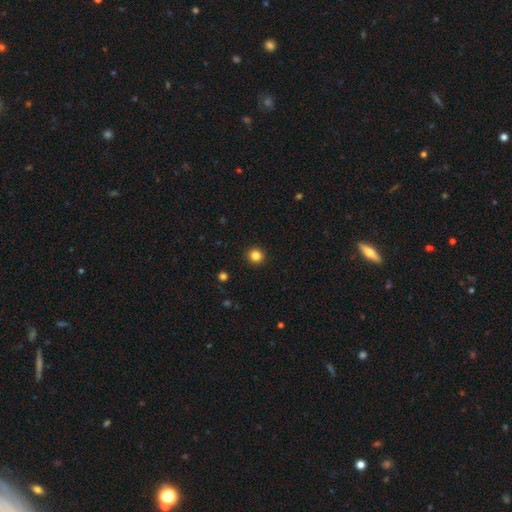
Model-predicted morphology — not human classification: A smooth galaxy with no disk features (84%) that is round (93%).

Vote fractions:
- Smooth or featured? smooth: 84% / star or artifact: 12% / featured or disk: 4%
- How rounded? round: 93% / in between: 6% / cigar-shaped: 1%
- Merging? none: 93% / minor disturbance: 4% / major disturbance: 2% / merger: 1%